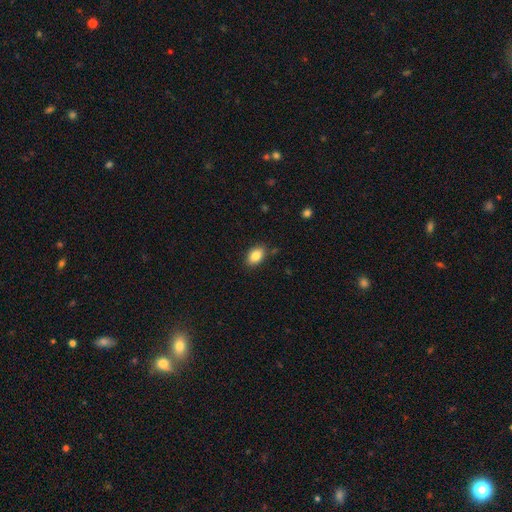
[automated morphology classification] Q: Smooth or featured?
A: smooth (85%); runner-up: star or artifact (8%)
Q: How rounded?
A: in between (85%); runner-up: round (13%)
Q: Merging?
A: none (83%); runner-up: minor disturbance (12%)